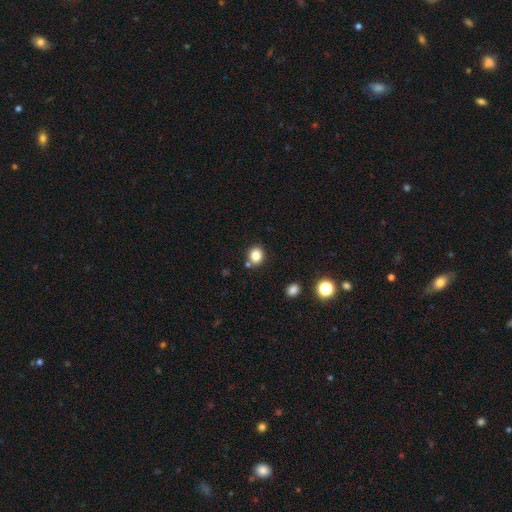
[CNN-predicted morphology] smooth_or_featured: smooth (p=0.83) [alt: star or artifact p=0.12]
how_rounded: round (p=0.74) [alt: in between p=0.26]
merging: none (p=0.79) [alt: minor disturbance p=0.10]